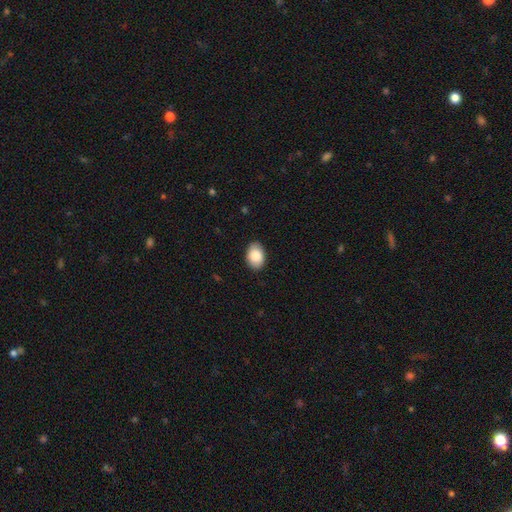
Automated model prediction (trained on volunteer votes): Smooth or featured?
  - smooth: 87% *
  - featured or disk: 7%
  - star or artifact: 6%
How rounded?
  - in between: 85% *
  - round: 13%
  - cigar-shaped: 1%
Merging?
  - none: 87% *
  - minor disturbance: 10%
  - major disturbance: 2%
  - merger: 1%